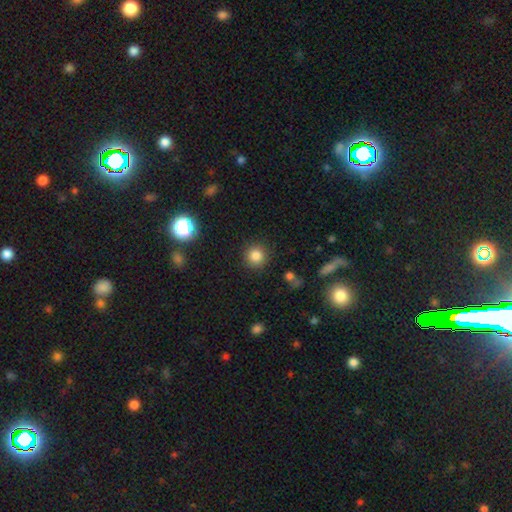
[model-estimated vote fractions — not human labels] This appears to be a smooth galaxy with no disk features (82%) that is round (93%). Merging: none (89%).